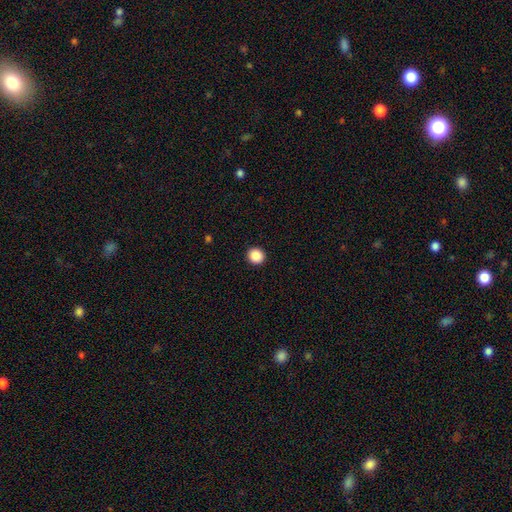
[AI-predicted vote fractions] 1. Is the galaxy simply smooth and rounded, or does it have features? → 88% smooth, 9% star or artifact, 3% featured or disk.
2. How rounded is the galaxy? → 91% round, 8% in between, 1% cigar-shaped.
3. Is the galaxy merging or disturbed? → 93% none, 4% minor disturbance, 2% major disturbance, 1% merger.